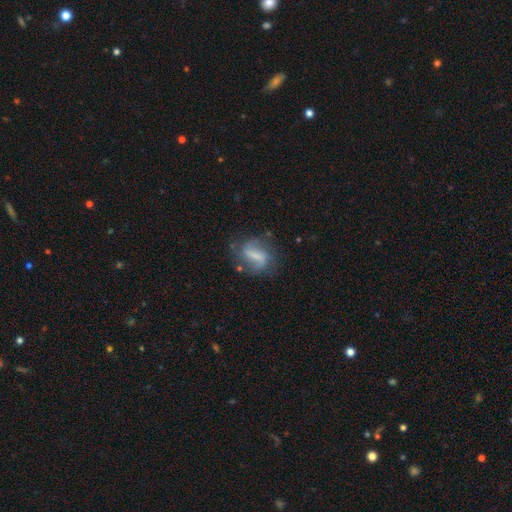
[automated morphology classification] This appears to be a featured or disk galaxy (65%) with a strong bar (43%), 2 (77%) loose (52%) spiral arms (81%) and no central bulge (36%). Merging: none (63%).